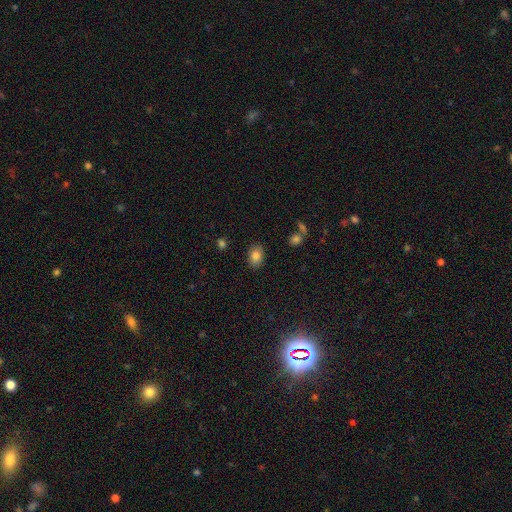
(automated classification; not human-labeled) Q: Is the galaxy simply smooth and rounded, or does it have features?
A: smooth — 84%.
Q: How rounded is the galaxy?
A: in between — 80%.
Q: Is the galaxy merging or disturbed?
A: none — 86%.